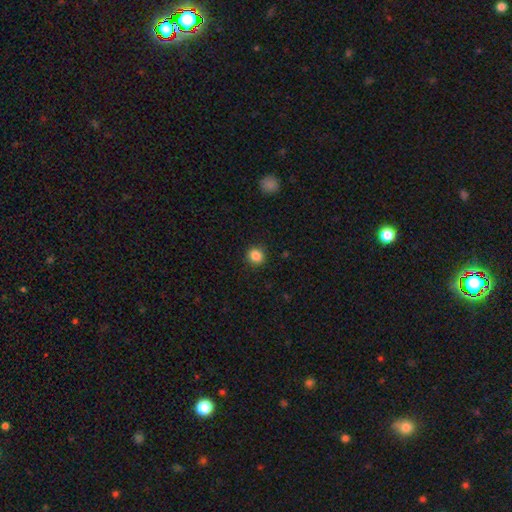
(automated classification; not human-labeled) Morphology: type=smooth (86%); roundness=round (88%); merging=none (91%).